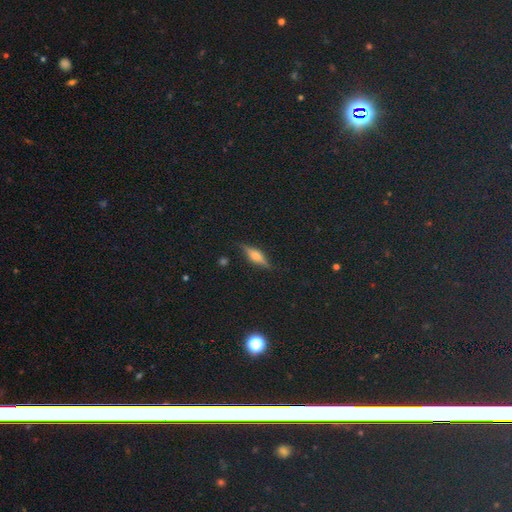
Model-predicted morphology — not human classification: Smooth or featured? Predicted: featured or disk (p=0.56). Edge-on disk? Predicted: yes (p=0.93). Edge-on bulge? Predicted: rounded (p=0.88). Merging? Predicted: none (p=0.87).